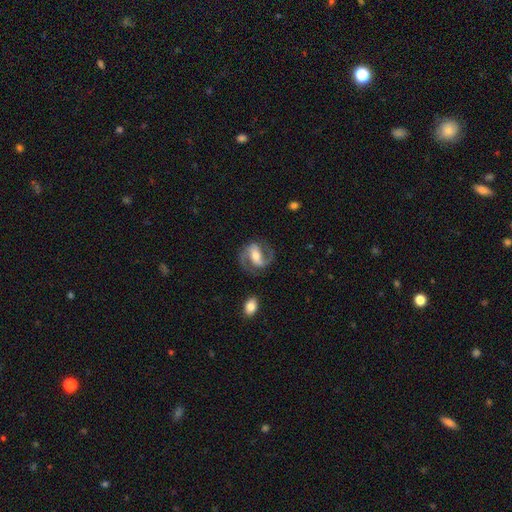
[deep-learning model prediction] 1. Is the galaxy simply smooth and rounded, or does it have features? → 85% featured or disk, 10% smooth, 5% star or artifact.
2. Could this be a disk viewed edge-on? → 97% no, 3% yes.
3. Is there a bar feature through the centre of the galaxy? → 47% strong, 35% weak, 18% no.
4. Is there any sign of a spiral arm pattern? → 95% yes, 5% no.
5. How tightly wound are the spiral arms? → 58% medium, 23% loose, 19% tight.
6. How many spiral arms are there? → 91% 2, 4% 1, 3% can't tell, 1% 3, 1% 4, 1% more than 4.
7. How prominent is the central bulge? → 64% moderate, 23% small, 10% large, 2% none, 1% dominant.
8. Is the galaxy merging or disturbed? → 76% none, 14% minor disturbance, 8% major disturbance, 2% merger.